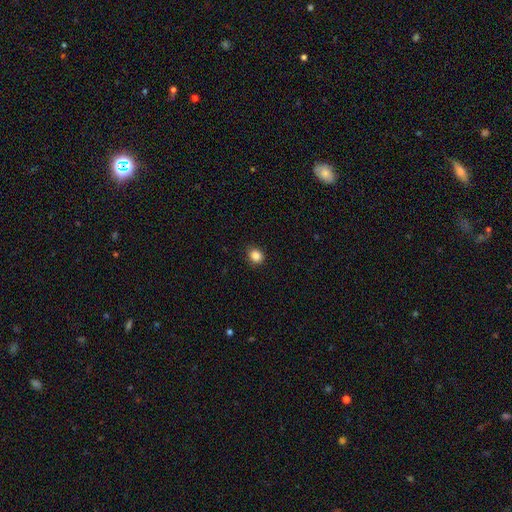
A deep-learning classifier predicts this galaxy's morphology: Smooth or featured? smooth (86%)
How rounded? round (70%)
Merging? none (88%)